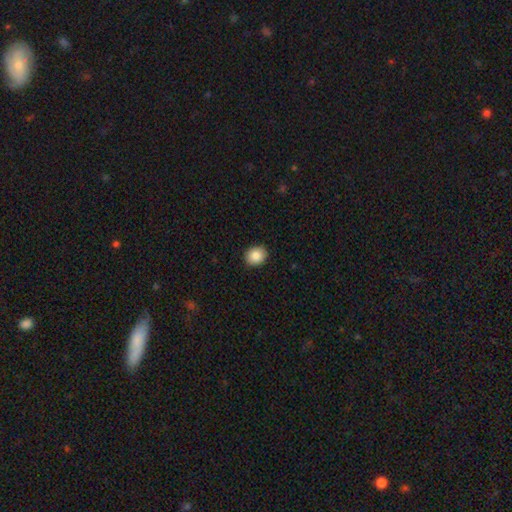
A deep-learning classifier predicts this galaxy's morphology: smooth 86%, star or artifact 8%, featured or disk 5%. Down the decision tree: how rounded — round (65%); merging — none (90%).